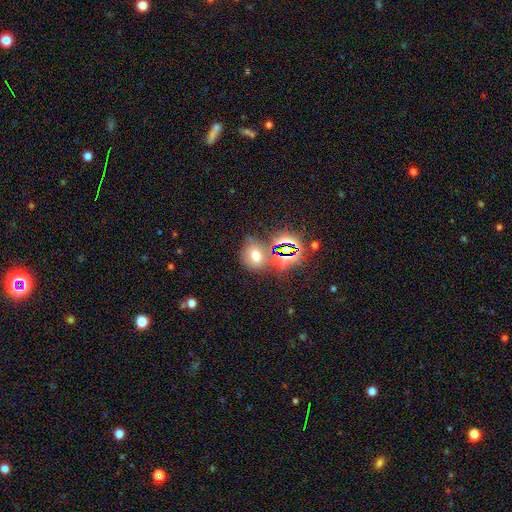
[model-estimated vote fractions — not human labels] Q: Smooth or featured?
A: smooth (54%); runner-up: star or artifact (33%)
Q: How rounded?
A: round (65%); runner-up: in between (33%)
Q: Merging?
A: none (64%); runner-up: minor disturbance (16%)